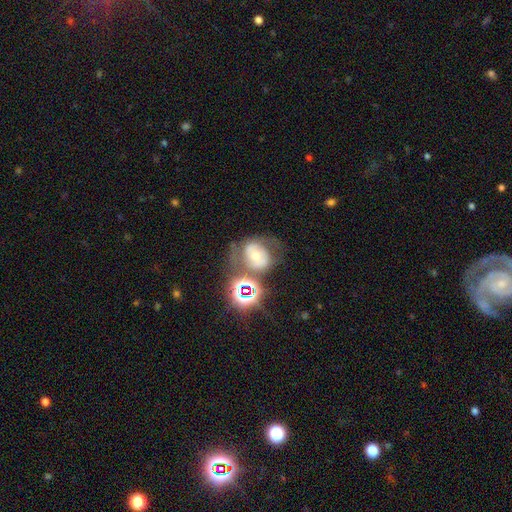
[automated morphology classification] Smooth or featured? Predicted: featured or disk (p=0.45). Merging? Predicted: none (p=0.45).